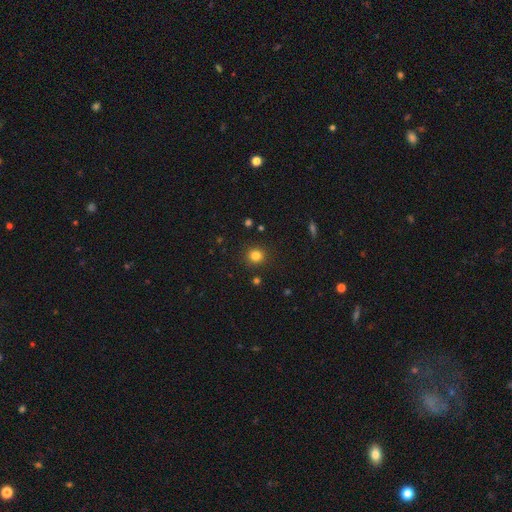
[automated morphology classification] Smooth or featured: smooth — 81% (star or artifact — 14%)
How rounded: round — 89% (in between — 10%)
Merging: none — 89% (minor disturbance — 7%)